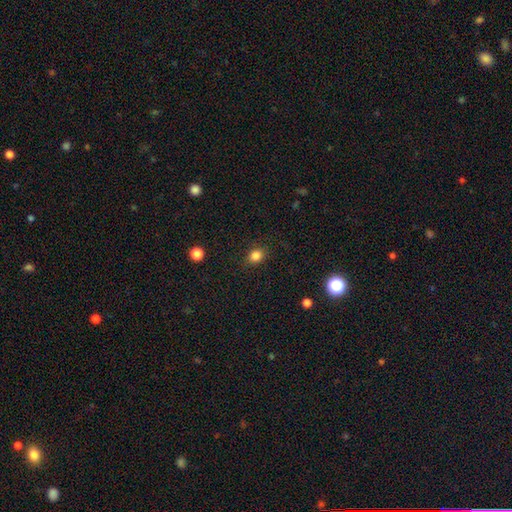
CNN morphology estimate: Smooth or featured? Predicted: smooth (p=0.84). How rounded? Predicted: round (p=0.57). Merging? Predicted: none (p=0.86).